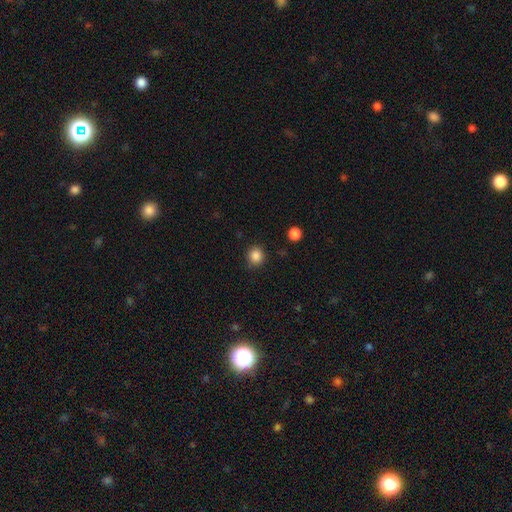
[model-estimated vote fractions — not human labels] A smooth galaxy with no disk features (86%) that is round (89%). Merging: none (86%).